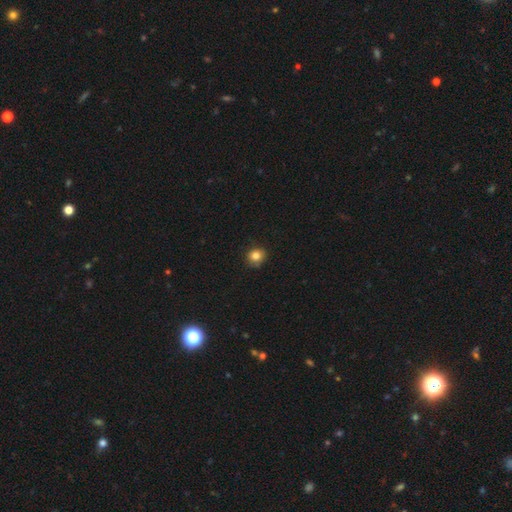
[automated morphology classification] Smooth or featured? smooth (83%)
How rounded? round (82%)
Merging? none (77%)